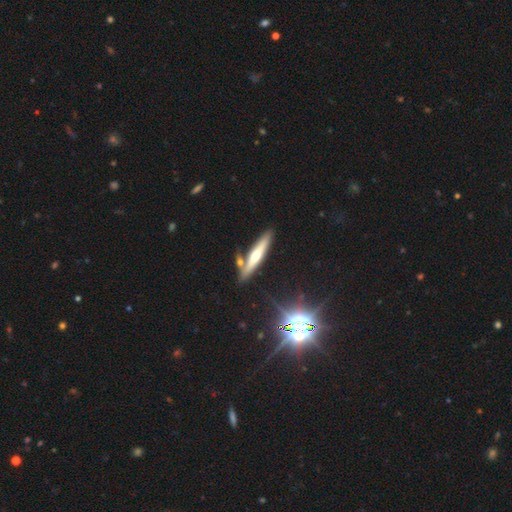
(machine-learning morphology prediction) This appears to be a smooth galaxy with no disk features (48%). Merging: none (73%).